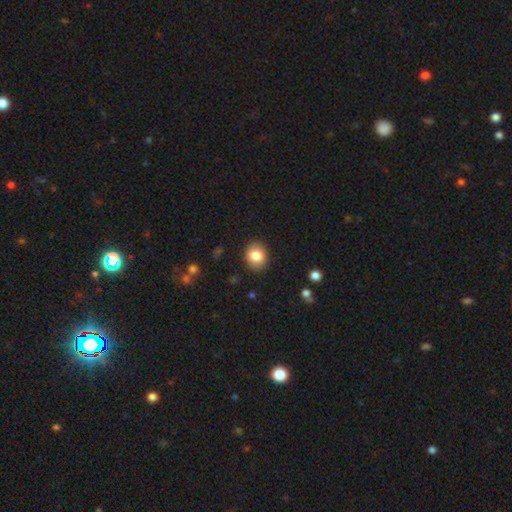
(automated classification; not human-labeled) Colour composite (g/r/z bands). It shows a smooth galaxy with no disk features (83%) that is round (59%). Merging: none (87%).